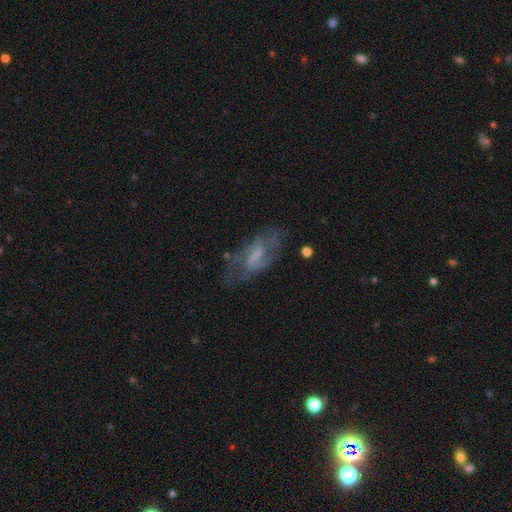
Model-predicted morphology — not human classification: Smooth or featured: featured or disk — 71% (smooth — 21%)
Edge-on disk: no — 93% (yes — 7%)
Bar: weak — 50% (strong — 27%)
Spiral arms: yes — 83% (no — 17%)
Spiral winding: medium — 45% (loose — 35%)
Spiral arm count: 2 — 71% (can't tell — 18%)
Bulge size: none — 45% (small — 29%)
Merging: none — 60% (minor disturbance — 21%)